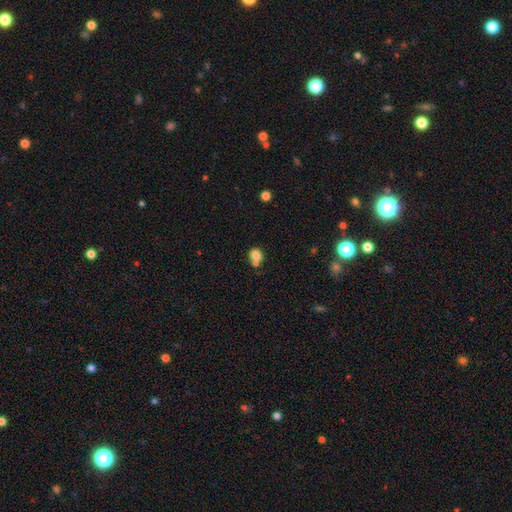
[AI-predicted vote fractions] A smooth galaxy with no disk features (78%) that is round (70%). Merging: none (44%).